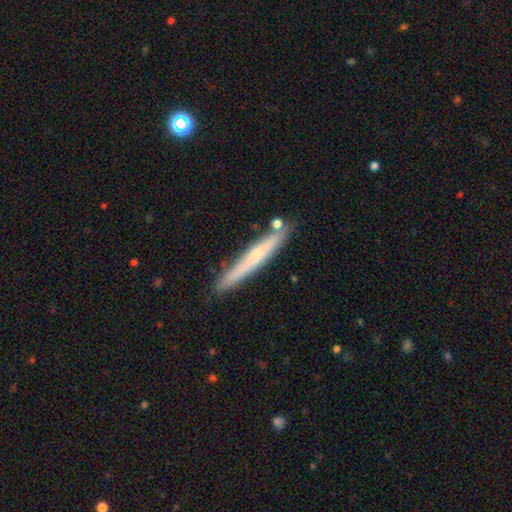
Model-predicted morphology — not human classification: smooth_or_featured: smooth (p=0.52) [alt: featured or disk p=0.42]
how_rounded: cigar-shaped (p=0.96) [alt: in between p=0.03]
merging: none (p=0.82) [alt: minor disturbance p=0.12]